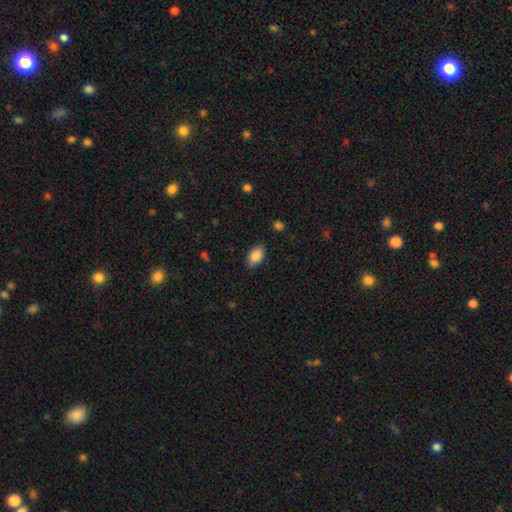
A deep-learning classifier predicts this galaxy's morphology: Smooth or featured: smooth — 86% (star or artifact — 8%)
How rounded: in between — 91% (round — 7%)
Merging: none — 85% (minor disturbance — 11%)